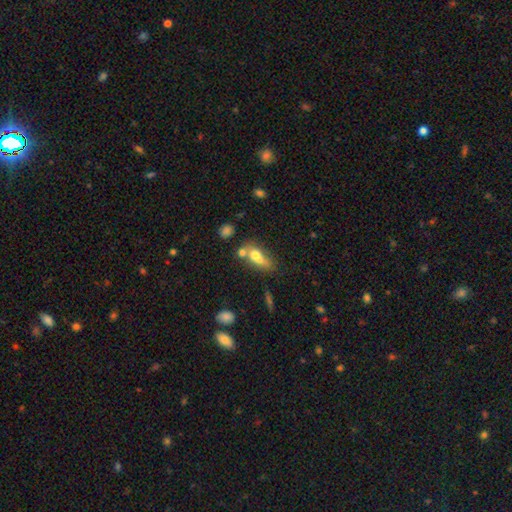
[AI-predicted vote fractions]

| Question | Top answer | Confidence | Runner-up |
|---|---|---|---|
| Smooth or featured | smooth | 62% | featured or disk (26%) |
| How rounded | in between | 60% | round (28%) |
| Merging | merger | 53% | none (27%) |